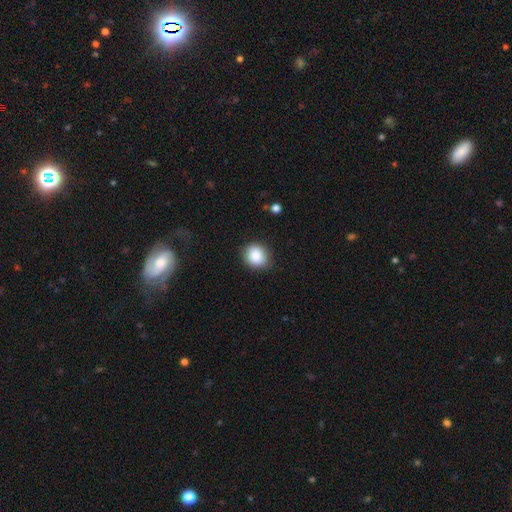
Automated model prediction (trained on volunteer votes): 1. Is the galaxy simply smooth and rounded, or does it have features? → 86% smooth, 8% star or artifact, 5% featured or disk.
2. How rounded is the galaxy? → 65% round, 34% in between, 1% cigar-shaped.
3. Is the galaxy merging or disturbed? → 85% none, 11% minor disturbance, 3% major disturbance, 1% merger.